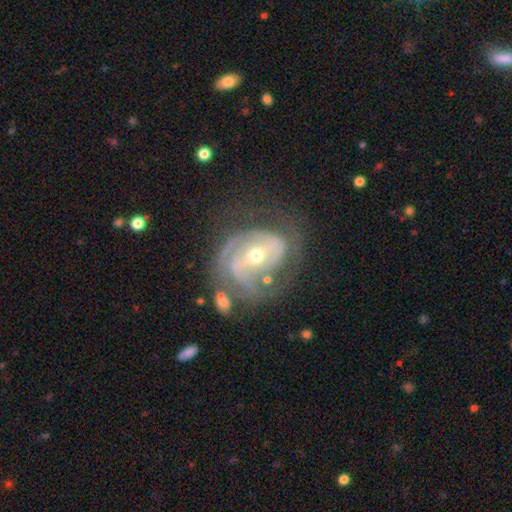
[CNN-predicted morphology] type=featured or disk (87%); edge-on=no (97%); bar=weak (40%); spiral arms=yes (92%); winding=tight (57%); arm count=2 (40%); bulge=small (50%); merging=none (52%).